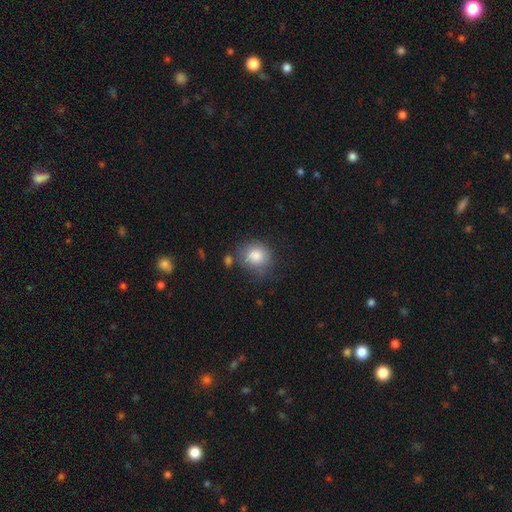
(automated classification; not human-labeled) Smooth or featured: smooth — 85% (star or artifact — 8%)
How rounded: round — 77% (in between — 22%)
Merging: none — 66% (minor disturbance — 21%)